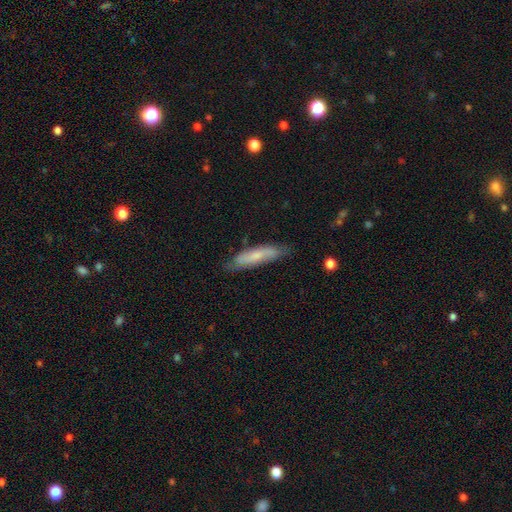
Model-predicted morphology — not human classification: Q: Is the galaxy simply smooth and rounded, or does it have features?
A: smooth — 57%.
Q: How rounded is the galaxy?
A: cigar-shaped — 75%.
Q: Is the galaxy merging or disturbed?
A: none — 75%.